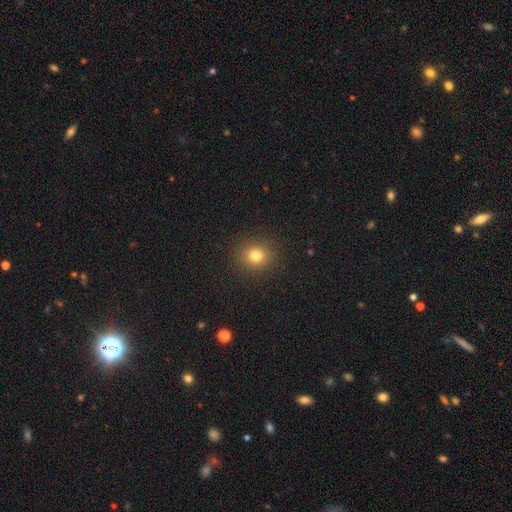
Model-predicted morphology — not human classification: smooth 78%, star or artifact 15%, featured or disk 6%. Down the decision tree: how rounded — round (86%); merging — none (91%).